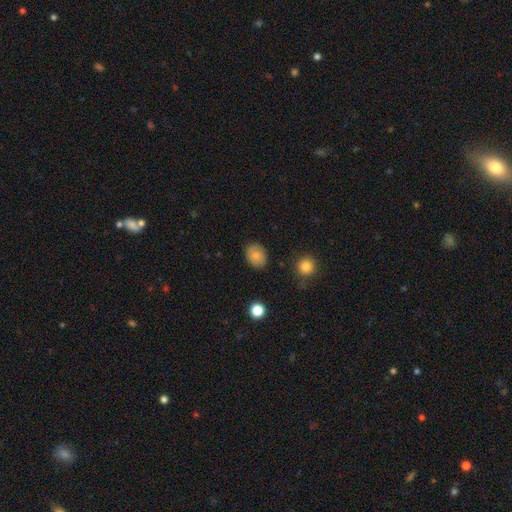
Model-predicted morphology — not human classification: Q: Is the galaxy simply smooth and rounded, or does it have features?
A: smooth — 81%.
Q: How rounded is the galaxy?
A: in between — 51%.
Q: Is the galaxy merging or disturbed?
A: none — 85%.